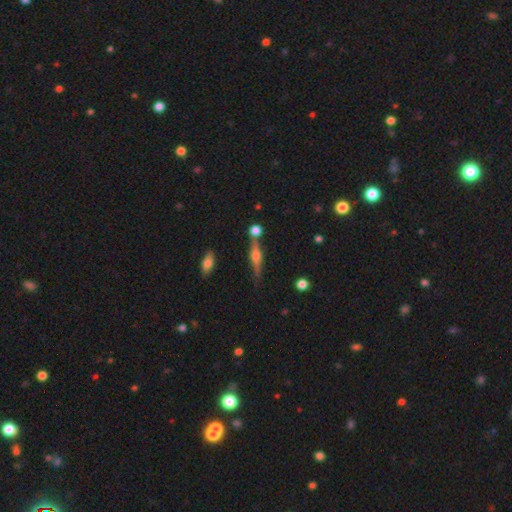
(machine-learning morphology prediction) A featured or disk galaxy (72%) viewed edge-on (96%) with a rounded central bulge (91%).

Vote fractions:
- Smooth or featured? featured or disk: 72% / smooth: 19% / star or artifact: 8%
- Edge-on disk? yes: 96% / no: 4%
- Edge-on bulge? rounded: 91% / boxy: 6% / none: 3%
- Merging? none: 73% / merger: 12% / minor disturbance: 12% / major disturbance: 3%